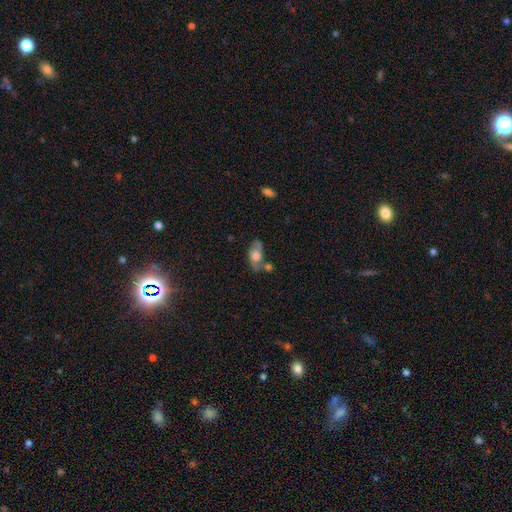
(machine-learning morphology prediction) Q: Smooth or featured?
A: smooth (49%); runner-up: featured or disk (43%)
Q: Merging?
A: none (46%); runner-up: minor disturbance (23%)